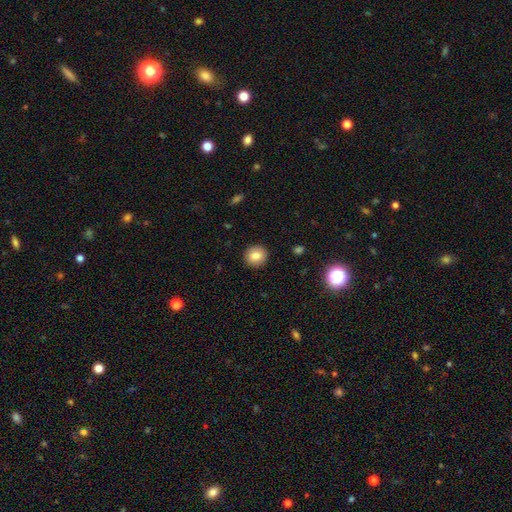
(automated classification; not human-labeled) This appears to be a smooth galaxy with no disk features (83%) that is round (90%). Merging: none (92%).